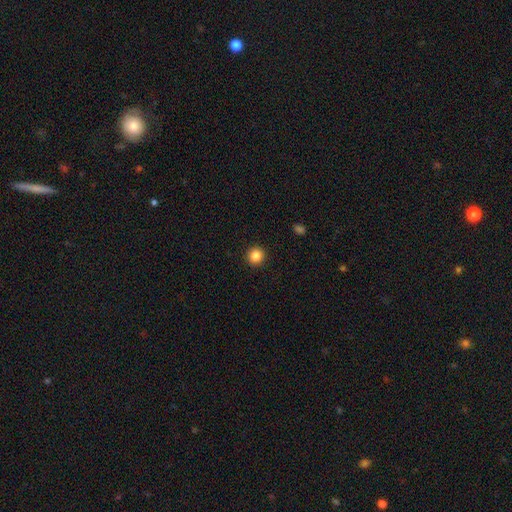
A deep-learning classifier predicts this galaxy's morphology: type=smooth (85%); roundness=round (94%); merging=none (93%).